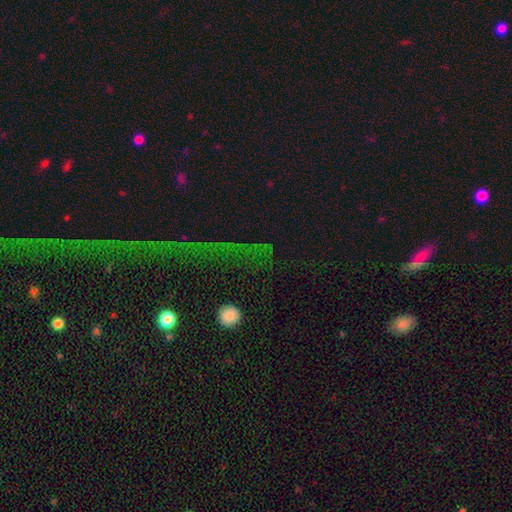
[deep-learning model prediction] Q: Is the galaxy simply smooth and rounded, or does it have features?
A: star or artifact — 78%.